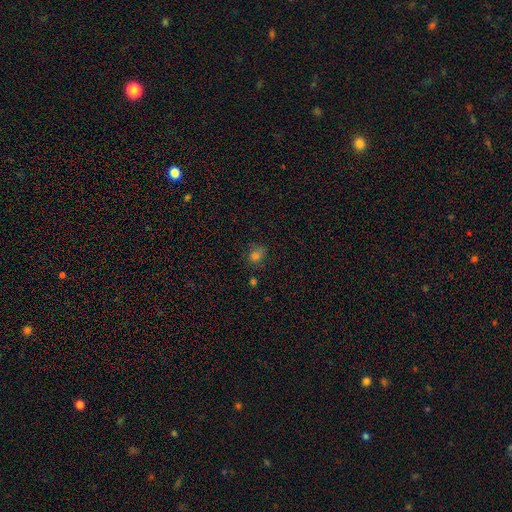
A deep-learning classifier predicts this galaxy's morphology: Smooth or featured: smooth — 75% (star or artifact — 17%)
How rounded: round — 62% (in between — 37%)
Merging: none — 63% (minor disturbance — 25%)